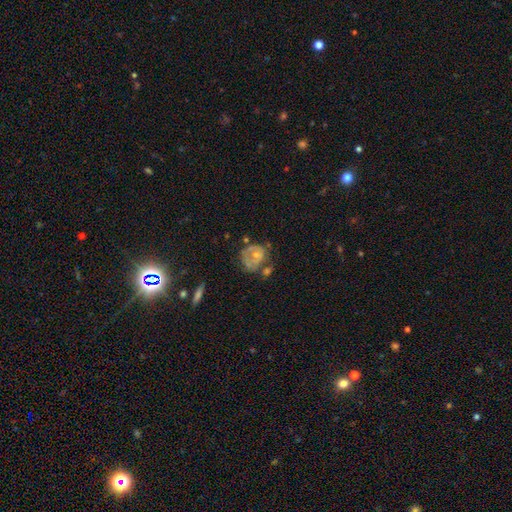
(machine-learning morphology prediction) type=featured or disk (49%); merging=none (37%).